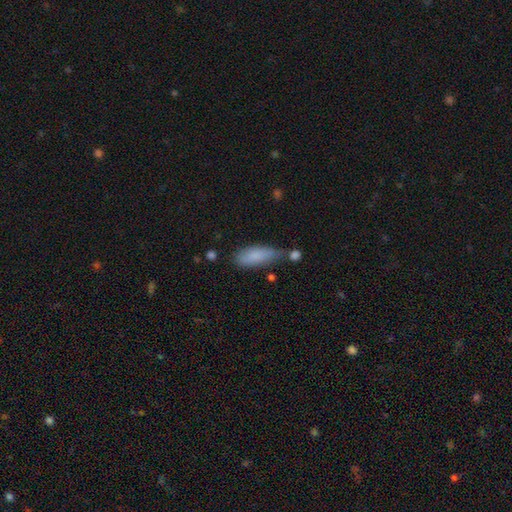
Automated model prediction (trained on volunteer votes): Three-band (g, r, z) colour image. It shows a smooth galaxy with no disk features (84%) that is in between round and cigar-shaped (66%). Merging: none (52%).